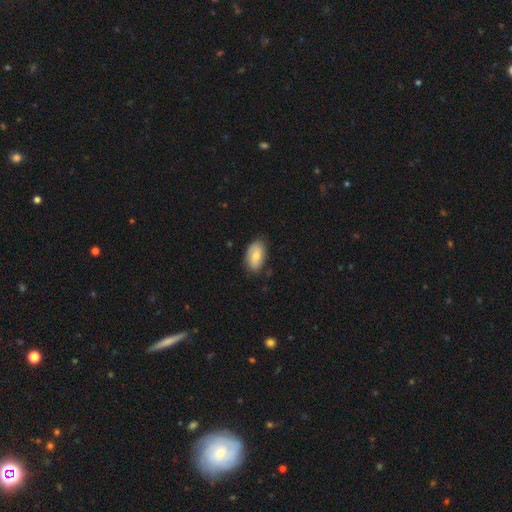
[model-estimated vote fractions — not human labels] A smooth galaxy with no disk features (66%) that is in between round and cigar-shaped (92%). Merging: none (77%).